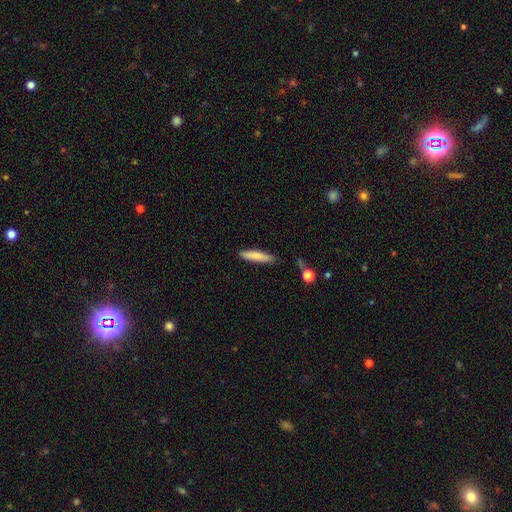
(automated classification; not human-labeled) Smooth or featured? smooth (79%)
How rounded? cigar-shaped (85%)
Merging? none (81%)